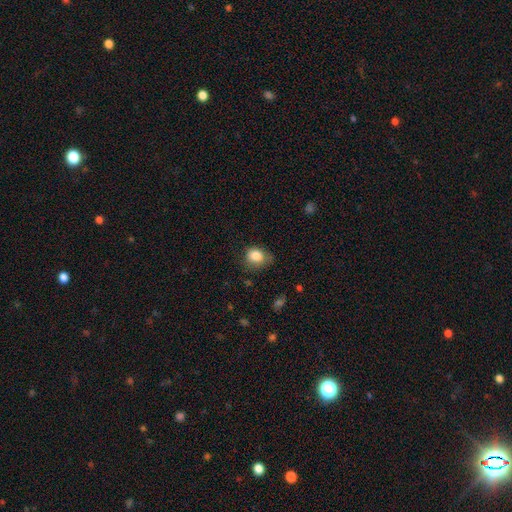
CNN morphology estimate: smooth_or_featured: smooth (p=0.84) [alt: star or artifact p=0.09]
how_rounded: round (p=0.63) [alt: in between p=0.36]
merging: none (p=0.58) [alt: minor disturbance p=0.31]